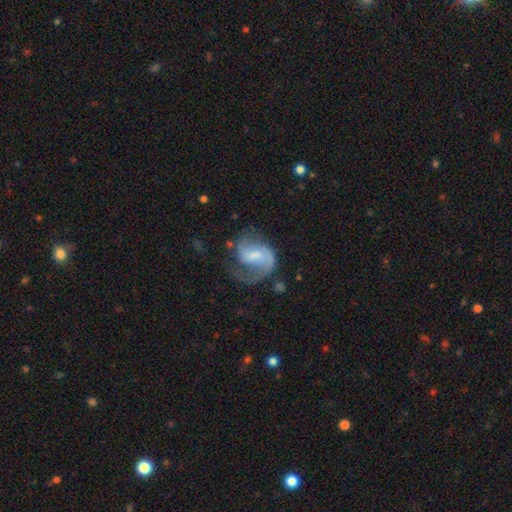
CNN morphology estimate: Smooth or featured? featured or disk (79%)
Edge-on disk? no (98%)
Bar? weak (52%)
Spiral arms? yes (93%)
Spiral winding? medium (47%)
Spiral arm count? 2 (66%)
Bulge size? small (37%)
Merging? none (46%)